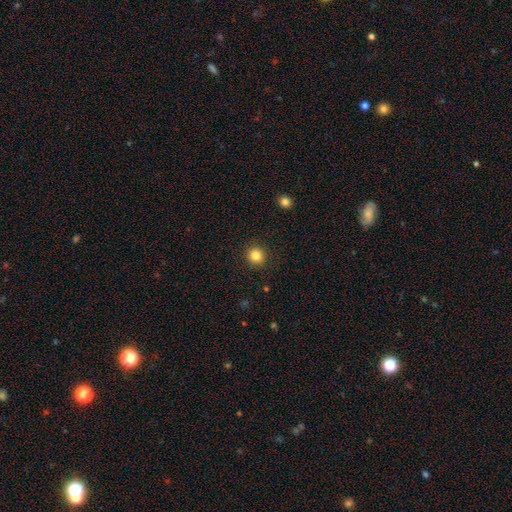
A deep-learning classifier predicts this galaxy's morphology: This appears to be a smooth galaxy with no disk features (84%) that is round (92%). Merging: none (92%).